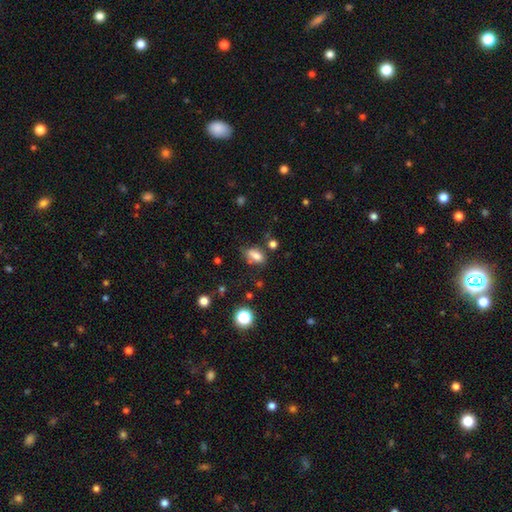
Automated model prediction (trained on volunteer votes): The model was most divided on "merging": none: 60%, minor disturbance: 21%, merger: 12%, major disturbance: 7%. More confident: how rounded — in between (84%); smooth or featured — smooth (78%).